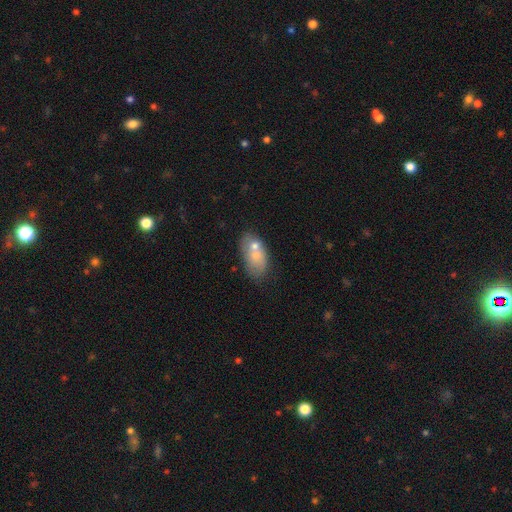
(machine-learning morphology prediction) Smooth or featured: smooth — 63% (featured or disk — 28%)
How rounded: in between — 87% (round — 9%)
Merging: none — 44% (merger — 34%)